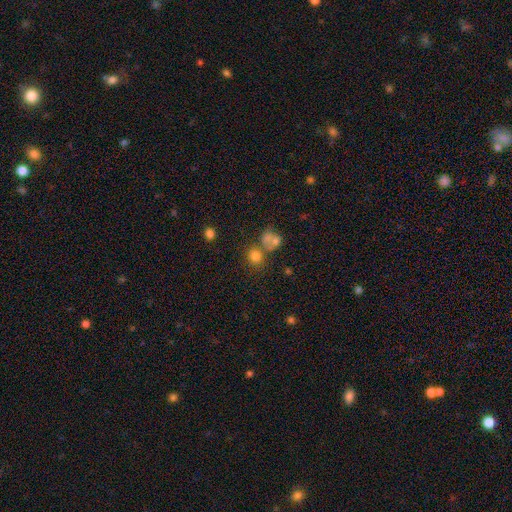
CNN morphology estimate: This is likely a smooth galaxy (71%). How rounded: likely round (80%). Merging: possibly none (56%).